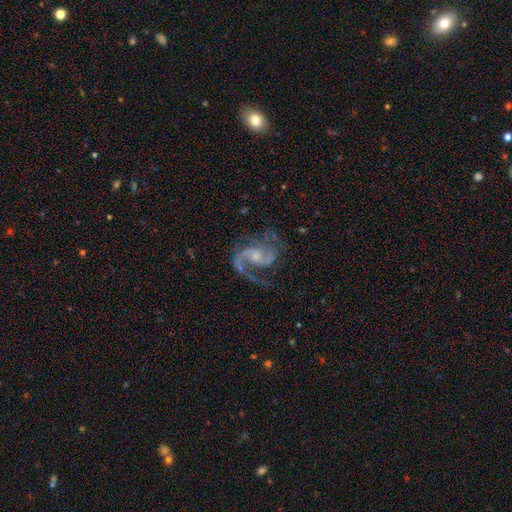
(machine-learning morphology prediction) Q: Smooth or featured?
A: featured or disk (91%); runner-up: star or artifact (5%)
Q: Edge-on disk?
A: no (98%); runner-up: yes (2%)
Q: Bar?
A: no (52%); runner-up: weak (39%)
Q: Spiral arms?
A: yes (98%); runner-up: no (2%)
Q: Spiral winding?
A: medium (58%); runner-up: loose (27%)
Q: Spiral arm count?
A: 2 (83%); runner-up: 1 (8%)
Q: Bulge size?
A: small (59%); runner-up: moderate (30%)
Q: Merging?
A: none (66%); runner-up: minor disturbance (17%)